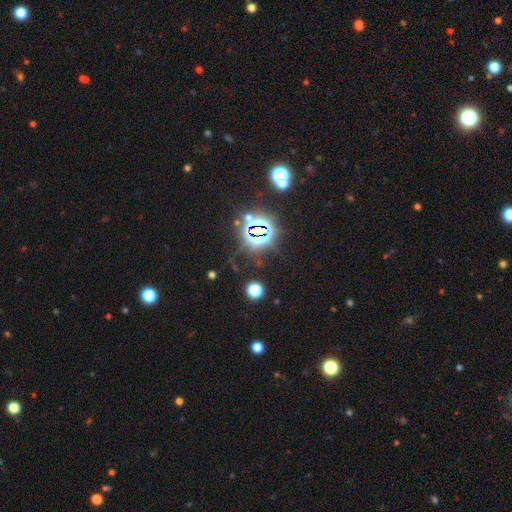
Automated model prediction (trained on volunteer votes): Morphology: type=star or artifact (82%).